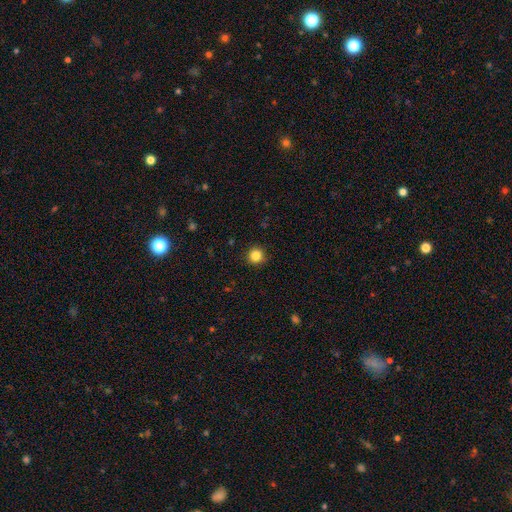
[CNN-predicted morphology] Smooth or featured: smooth — 85% (star or artifact — 11%)
How rounded: round — 95% (in between — 4%)
Merging: none — 91% (minor disturbance — 6%)